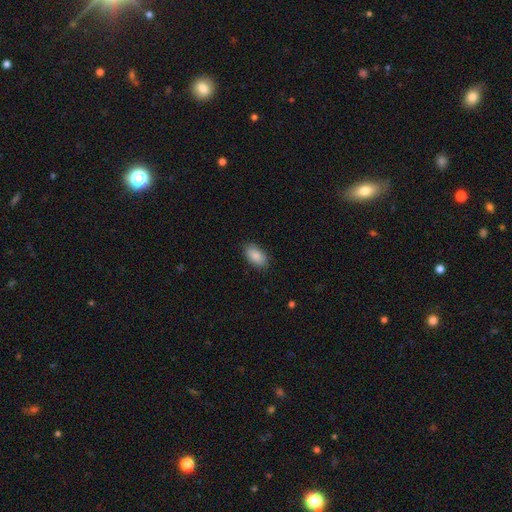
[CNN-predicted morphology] smooth 88%, star or artifact 7%, featured or disk 5%. Down the decision tree: how rounded — in between (93%); merging — none (87%).